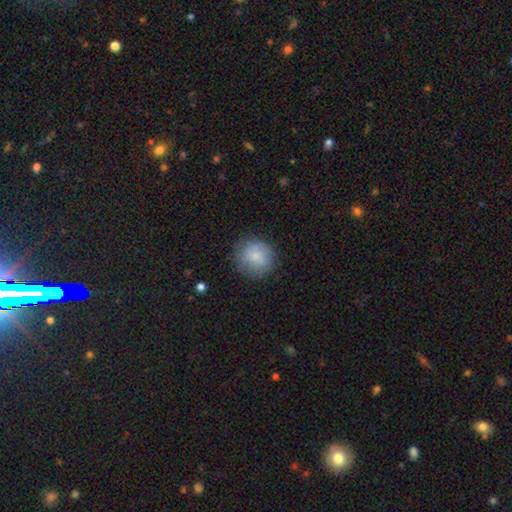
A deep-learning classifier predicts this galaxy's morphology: smooth-or-featured: smooth: 83% | featured or disk: 10% | star or artifact: 7%
  how-rounded: round: 90% | in between: 9% | cigar-shaped: 1%
  merging: none: 81% | minor disturbance: 14% | major disturbance: 4% | merger: 1%